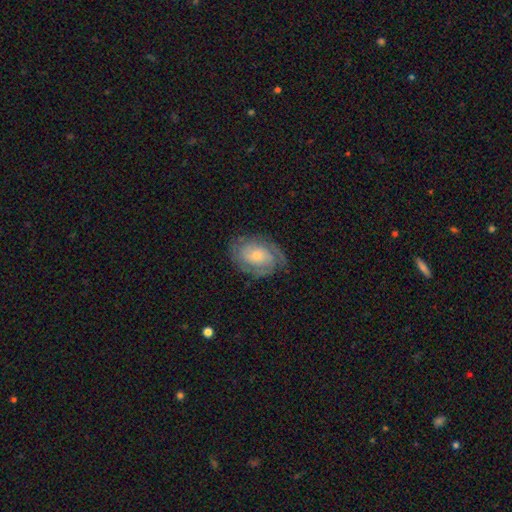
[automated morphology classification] Smooth or featured? Predicted: featured or disk (p=0.76). Edge-on disk? Predicted: no (p=0.97). Bar? Predicted: no (p=0.73). Spiral arms? Predicted: yes (p=0.92). Spiral winding? Predicted: tight (p=0.61). Spiral arm count? Predicted: 2 (p=0.45). Bulge size? Predicted: small (p=0.64). Merging? Predicted: none (p=0.75).